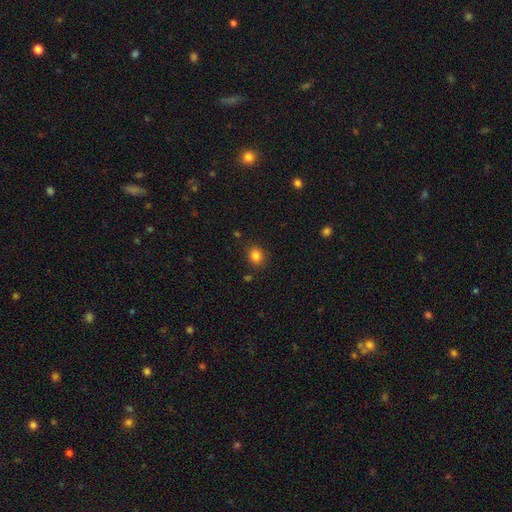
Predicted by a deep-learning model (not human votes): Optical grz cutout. It shows a smooth galaxy with no disk features (83%) that is round (65%). Merging: none (84%).